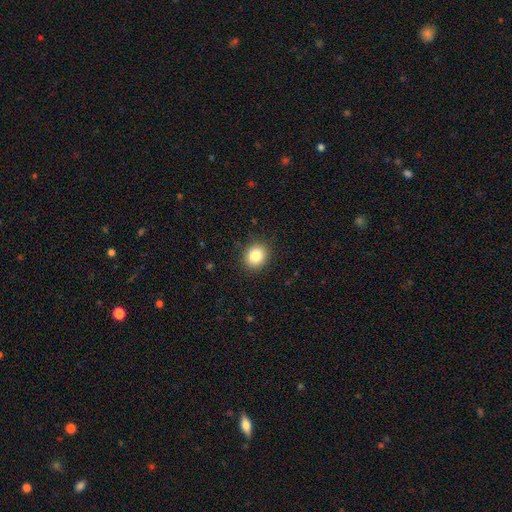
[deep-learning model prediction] Smooth or featured: smooth — 83% (star or artifact — 10%)
How rounded: round — 71% (in between — 29%)
Merging: none — 89% (minor disturbance — 7%)